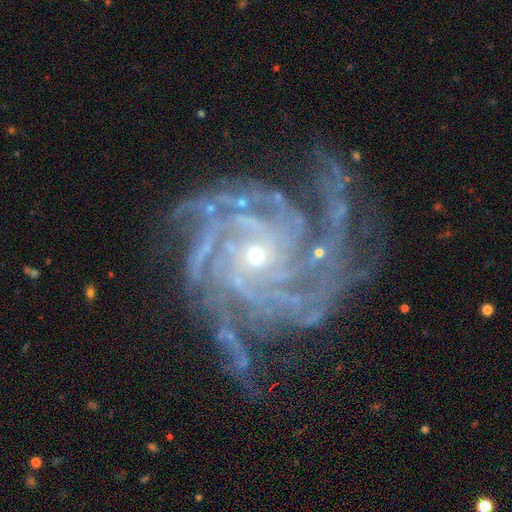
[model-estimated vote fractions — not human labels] Smooth or featured: featured or disk — 92% (star or artifact — 5%)
Edge-on disk: no — 98% (yes — 2%)
Bar: no — 70% (weak — 20%)
Spiral arms: yes — 99% (no — 1%)
Spiral winding: tight — 73% (medium — 24%)
Spiral arm count: more than 4 — 29% (4 — 28%)
Bulge size: small — 72% (moderate — 24%)
Merging: none — 71% (minor disturbance — 18%)